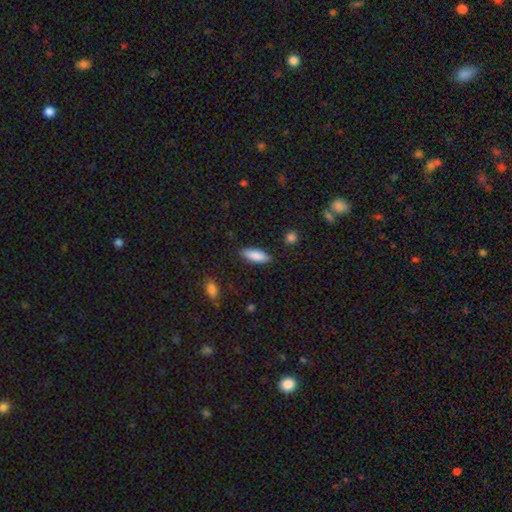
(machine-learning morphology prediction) This appears to be a smooth galaxy with no disk features (87%) that is in between round and cigar-shaped (69%). Merging: none (86%).